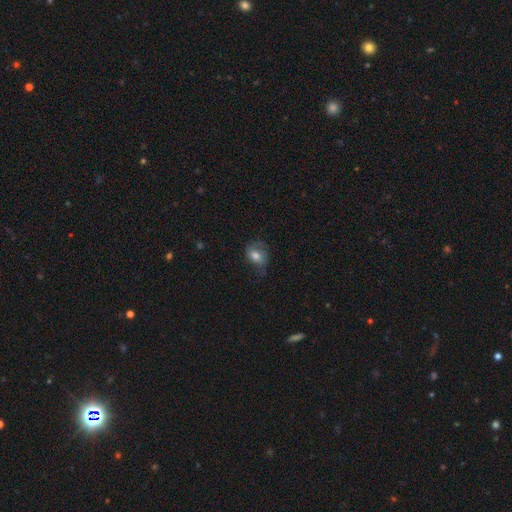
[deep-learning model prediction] smooth 66%, featured or disk 25%, star or artifact 9%. Down the decision tree: how rounded — in between (62%); merging — none (47%).